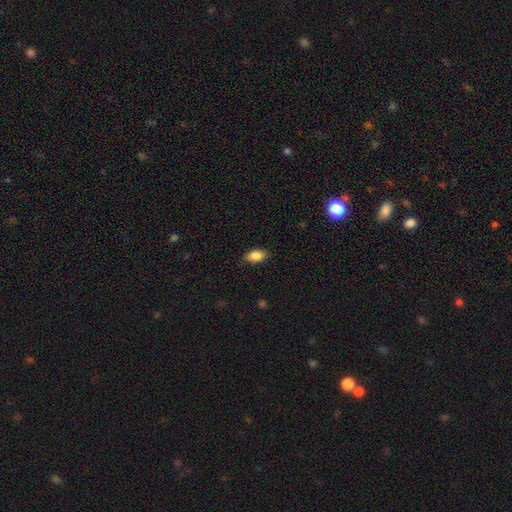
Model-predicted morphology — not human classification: A smooth galaxy with no disk features (87%) that is in between round and cigar-shaped (91%). Merging: none (85%).